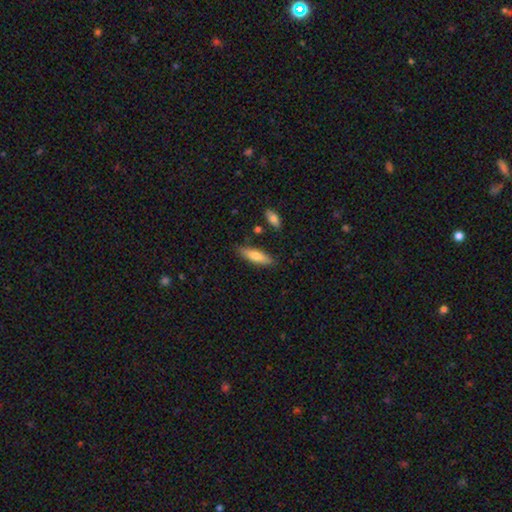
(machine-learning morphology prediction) type=smooth (75%); roundness=cigar-shaped (58%); merging=none (83%).